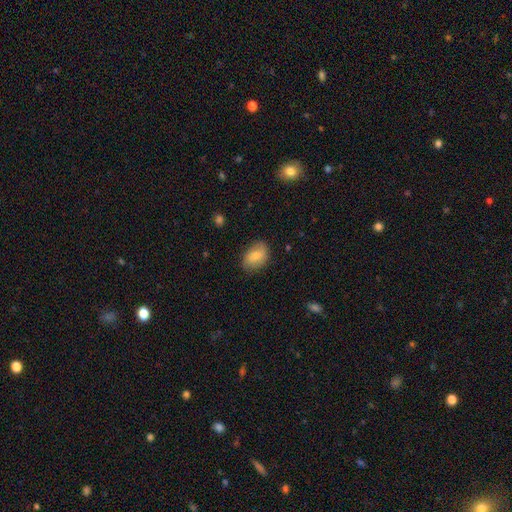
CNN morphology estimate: Smooth or featured? Predicted: smooth (p=0.69). How rounded? Predicted: in between (p=0.78). Merging? Predicted: none (p=0.75).